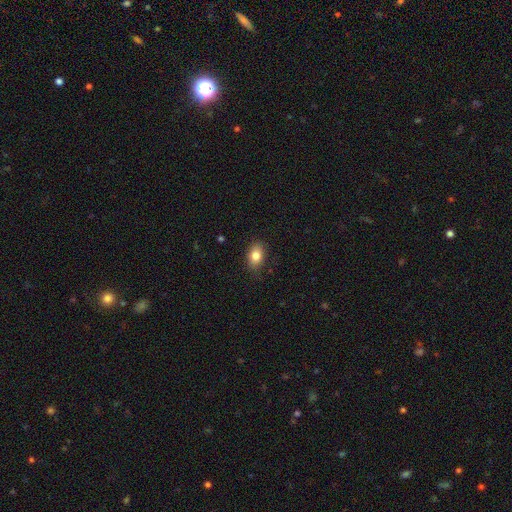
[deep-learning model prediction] Smooth or featured: smooth — 82% (star or artifact — 9%)
How rounded: in between — 82% (round — 16%)
Merging: none — 84% (minor disturbance — 13%)